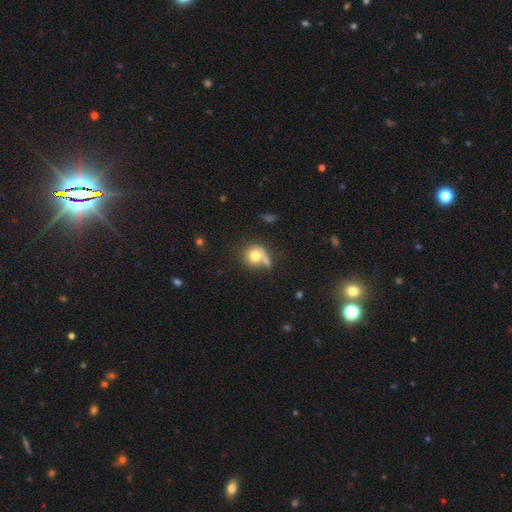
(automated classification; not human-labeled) Smooth or featured: smooth — 73% (featured or disk — 18%)
How rounded: round — 83% (in between — 16%)
Merging: none — 47% (merger — 19%)